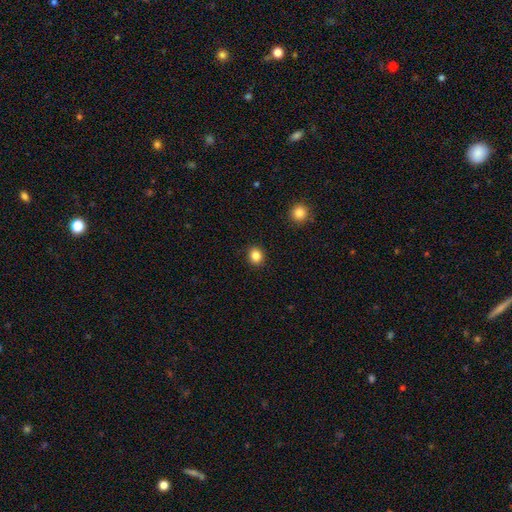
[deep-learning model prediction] smooth-or-featured: smooth: 84% | star or artifact: 11% | featured or disk: 5%
  how-rounded: round: 73% | in between: 26% | cigar-shaped: 1%
  merging: none: 91% | minor disturbance: 6% | major disturbance: 2% | merger: 1%